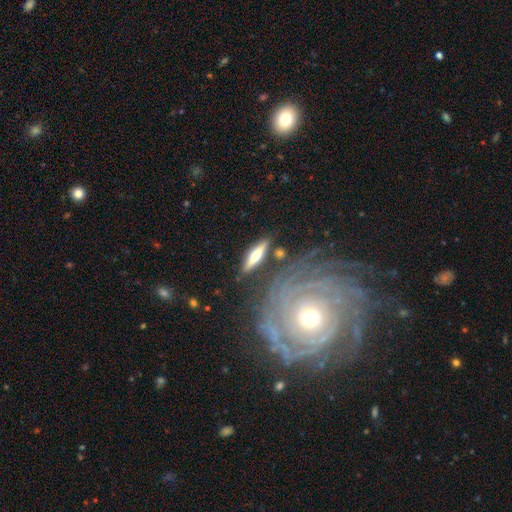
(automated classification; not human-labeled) This is possibly a smooth galaxy (50%). How rounded: likely cigar-shaped (72%). Merging: likely none (79%).